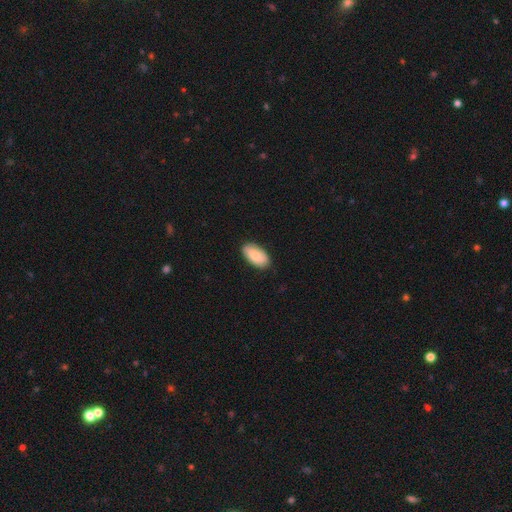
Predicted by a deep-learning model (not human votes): Overall: smooth (79%). How rounded: in between (94%). Merging: none (85%).